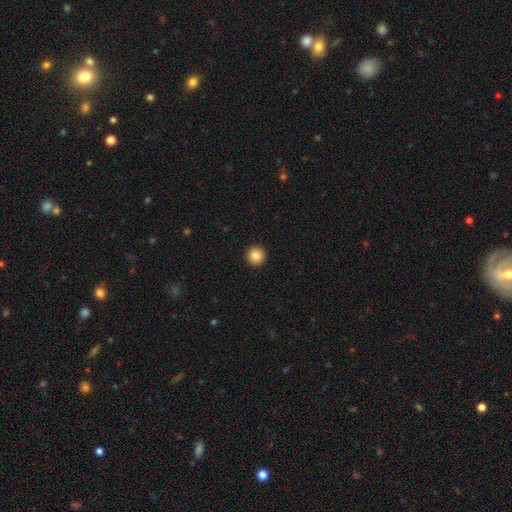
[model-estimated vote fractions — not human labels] Smooth or featured?
  - smooth: 86% *
  - star or artifact: 10%
  - featured or disk: 4%
How rounded?
  - round: 96% *
  - in between: 3%
  - cigar-shaped: 1%
Merging?
  - none: 94% *
  - minor disturbance: 4%
  - major disturbance: 1%
  - merger: 1%